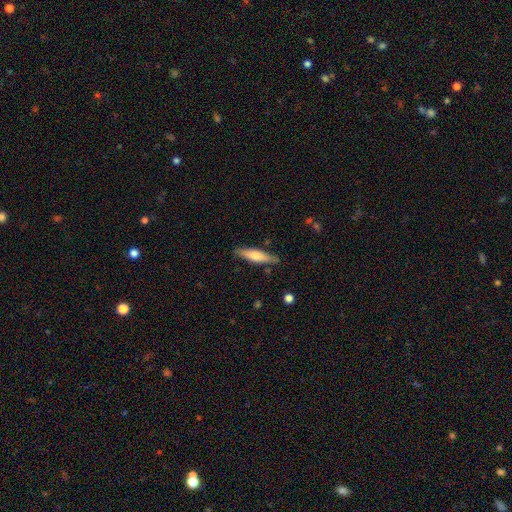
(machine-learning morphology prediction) A smooth galaxy with no disk features (57%) that is cigar-shaped (77%). Merging: none (84%).